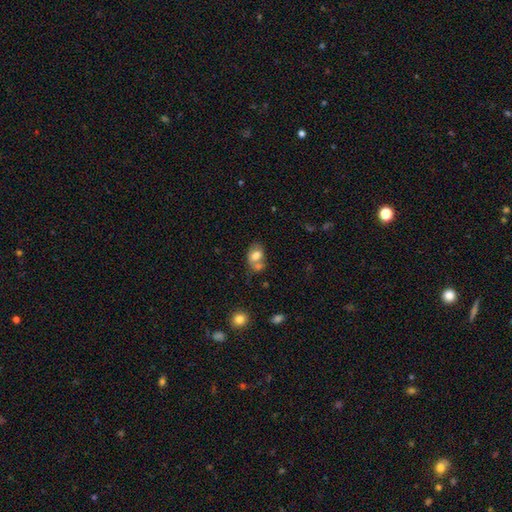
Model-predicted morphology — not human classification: Smooth or featured? Predicted: smooth (p=0.71). How rounded? Predicted: in between (p=0.74). Merging? Predicted: merger (p=0.43).